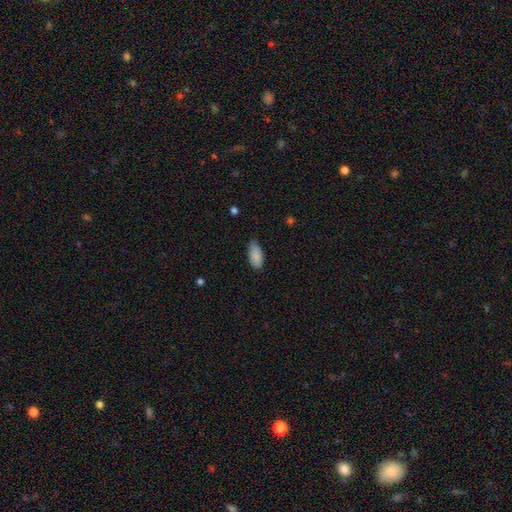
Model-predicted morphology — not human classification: A smooth galaxy with no disk features (88%) that is in between round and cigar-shaped (92%).

Vote fractions:
- Smooth or featured? smooth: 88% / star or artifact: 6% / featured or disk: 6%
- How rounded? in between: 92% / cigar-shaped: 6% / round: 2%
- Merging? none: 75% / minor disturbance: 21% / major disturbance: 3% / merger: 1%